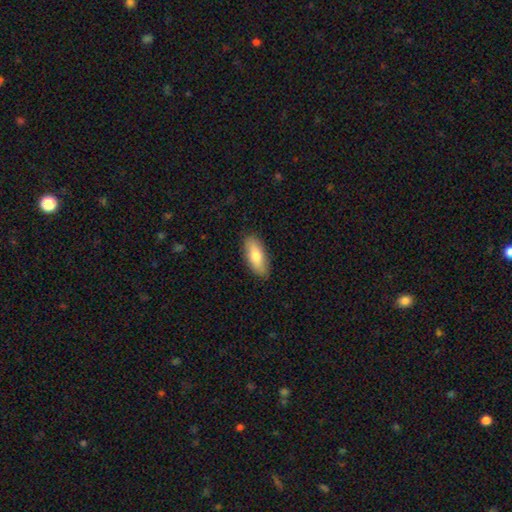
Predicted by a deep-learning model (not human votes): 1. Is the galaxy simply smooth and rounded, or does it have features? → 76% smooth, 19% featured or disk, 6% star or artifact.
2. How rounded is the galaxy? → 77% in between, 21% cigar-shaped, 2% round.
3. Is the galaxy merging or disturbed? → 87% none, 10% minor disturbance, 2% major disturbance, 1% merger.